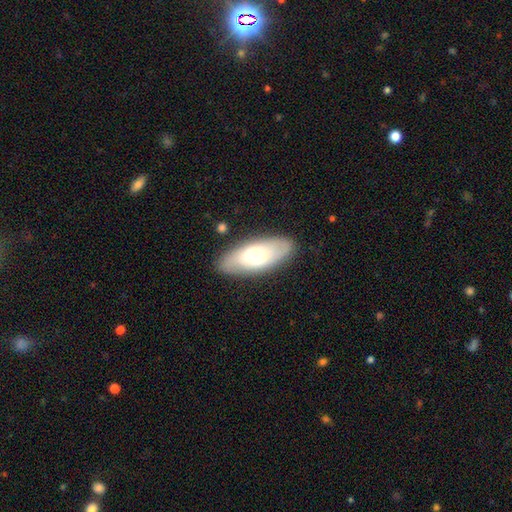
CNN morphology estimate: Q: Smooth or featured?
A: smooth (60%); runner-up: featured or disk (34%)
Q: How rounded?
A: in between (83%); runner-up: cigar-shaped (14%)
Q: Merging?
A: none (85%); runner-up: minor disturbance (10%)